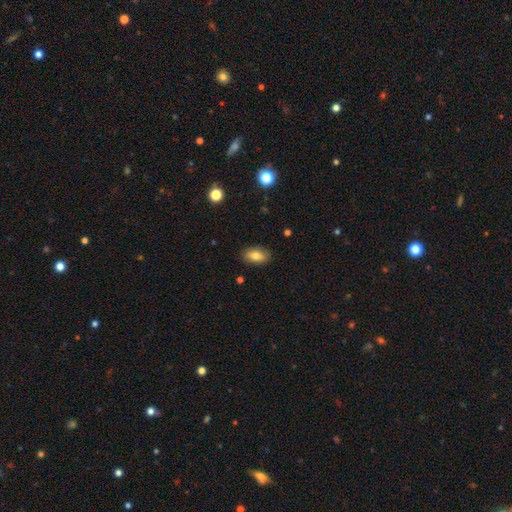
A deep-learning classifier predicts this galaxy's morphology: Smooth or featured? Predicted: smooth (p=0.77). How rounded? Predicted: in between (p=0.91). Merging? Predicted: none (p=0.86).